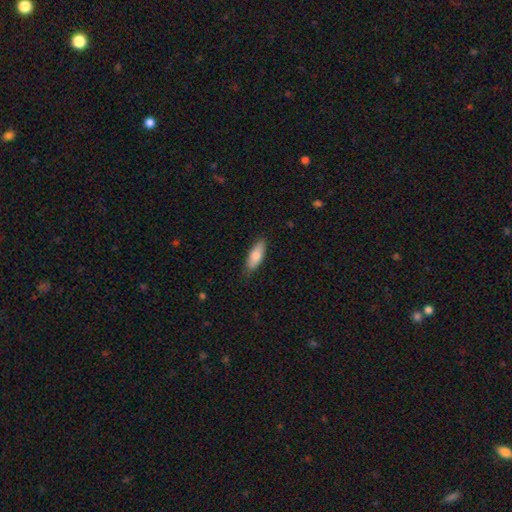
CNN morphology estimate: This is likely a smooth galaxy (78%). How rounded: likely in between (69%). Merging: clearly none (83%).